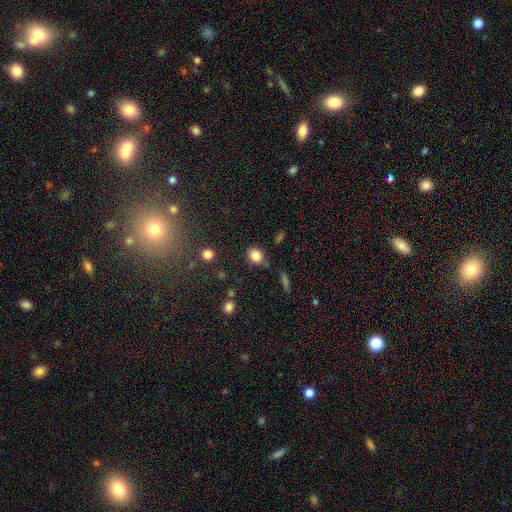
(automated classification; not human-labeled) smooth_or_featured: smooth (p=0.84) [alt: star or artifact p=0.10]
how_rounded: round (p=0.58) [alt: in between p=0.40]
merging: none (p=0.71) [alt: minor disturbance p=0.18]